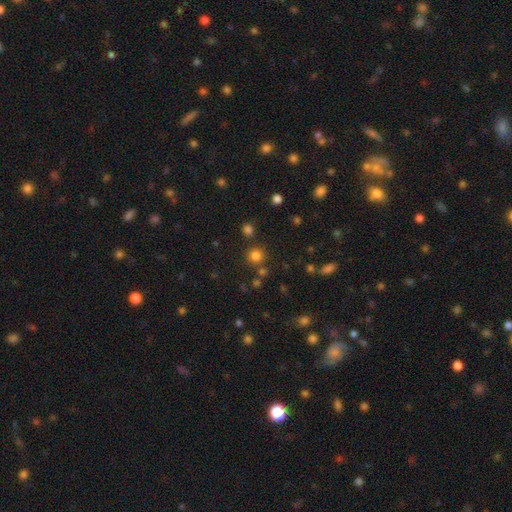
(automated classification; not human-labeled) Smooth or featured? Predicted: smooth (p=0.78). How rounded? Predicted: round (p=0.93). Merging? Predicted: none (p=0.81).